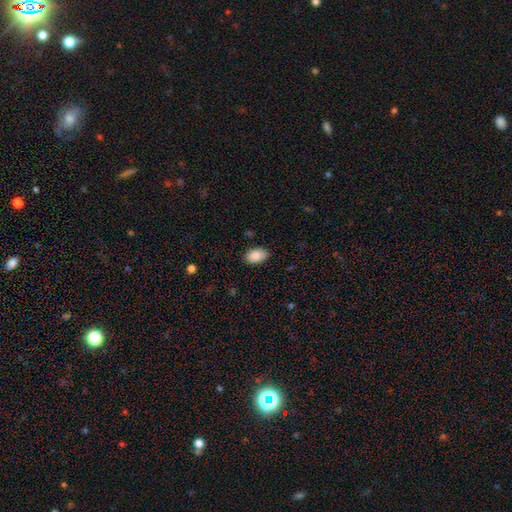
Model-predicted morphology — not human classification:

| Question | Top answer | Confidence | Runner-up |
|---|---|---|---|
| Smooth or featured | smooth | 89% | star or artifact (7%) |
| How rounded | in between | 91% | round (8%) |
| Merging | none | 86% | minor disturbance (11%) |